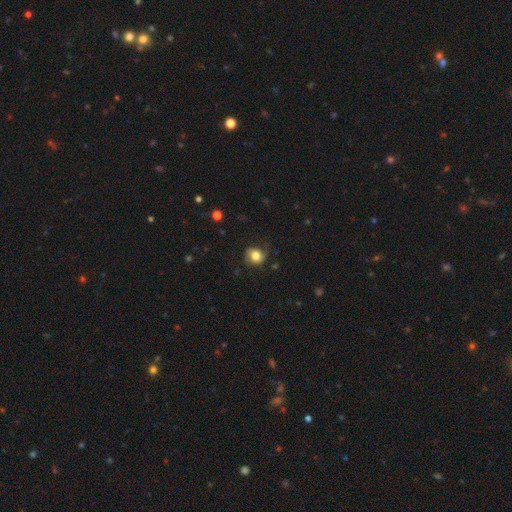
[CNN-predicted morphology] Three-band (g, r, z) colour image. It shows a smooth galaxy with no disk features (78%) that is round (72%). Merging: none (71%).